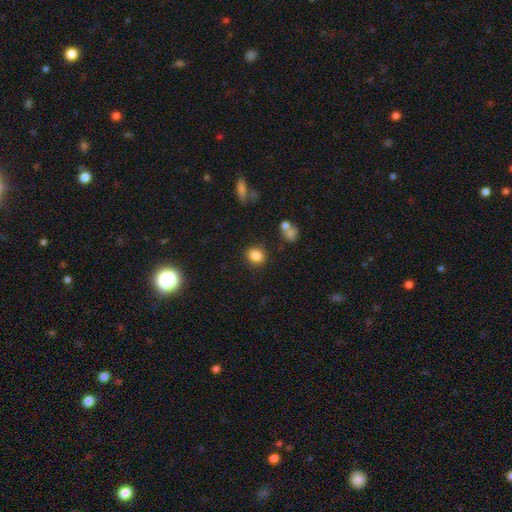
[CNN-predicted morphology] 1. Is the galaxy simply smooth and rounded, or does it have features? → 85% smooth, 10% star or artifact, 5% featured or disk.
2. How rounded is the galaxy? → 51% round, 48% in between, 1% cigar-shaped.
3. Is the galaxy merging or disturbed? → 84% none, 10% minor disturbance, 3% major disturbance, 3% merger.